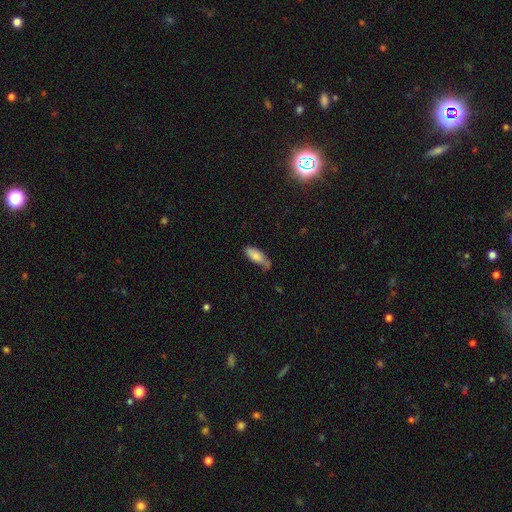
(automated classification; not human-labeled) smooth_or_featured: smooth (p=0.78) [alt: featured or disk p=0.15]
how_rounded: in between (p=0.78) [alt: cigar-shaped p=0.20]
merging: none (p=0.45) [alt: minor disturbance p=0.36]